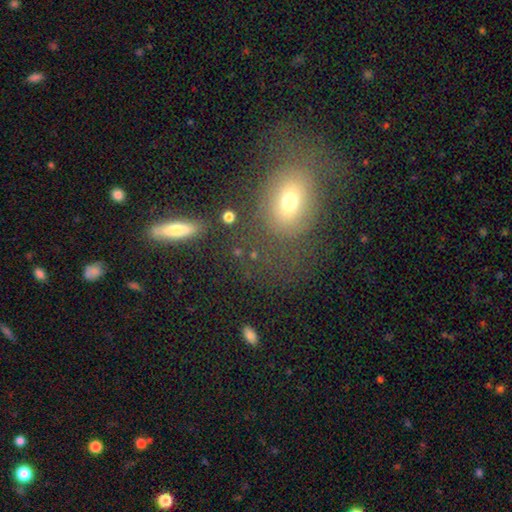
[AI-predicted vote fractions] Q: Smooth or featured?
A: smooth (55%); runner-up: featured or disk (26%)
Q: How rounded?
A: in between (68%); runner-up: round (26%)
Q: Merging?
A: none (63%); runner-up: minor disturbance (17%)